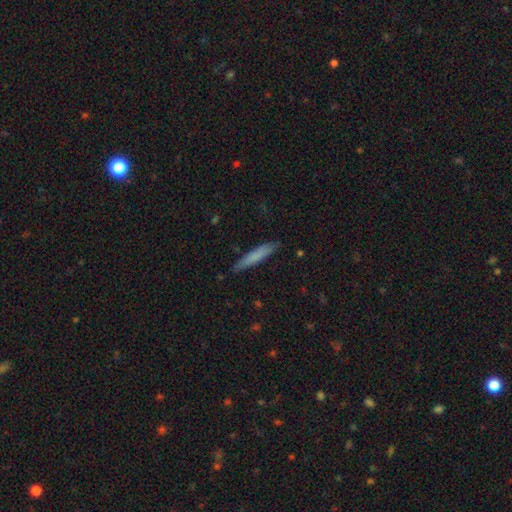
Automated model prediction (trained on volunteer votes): smooth 71%, featured or disk 23%, star or artifact 6%. Down the decision tree: how rounded — cigar-shaped (94%); merging — none (86%).